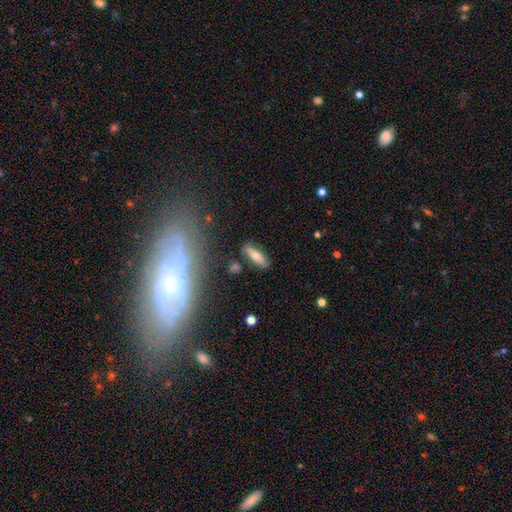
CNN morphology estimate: A smooth galaxy with no disk features (57%) that is in between round and cigar-shaped (61%).

Vote fractions:
- Smooth or featured? smooth: 57% / featured or disk: 34% / star or artifact: 9%
- How rounded? in between: 61% / cigar-shaped: 36% / round: 4%
- Merging? none: 81% / minor disturbance: 12% / merger: 4% / major disturbance: 3%